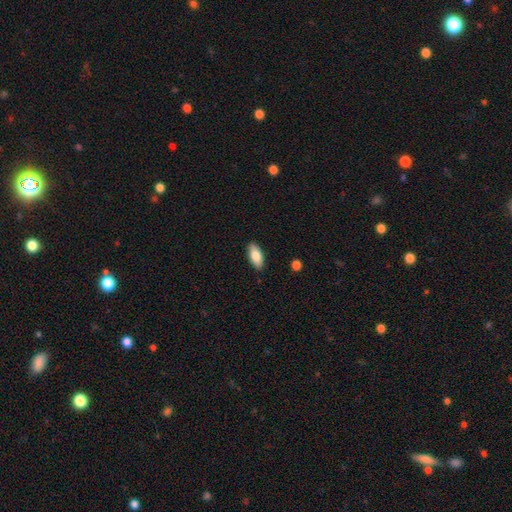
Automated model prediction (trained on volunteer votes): smooth_or_featured: smooth (p=0.82) [alt: featured or disk p=0.12]
how_rounded: in between (p=0.86) [alt: cigar-shaped p=0.11]
merging: none (p=0.88) [alt: minor disturbance p=0.09]